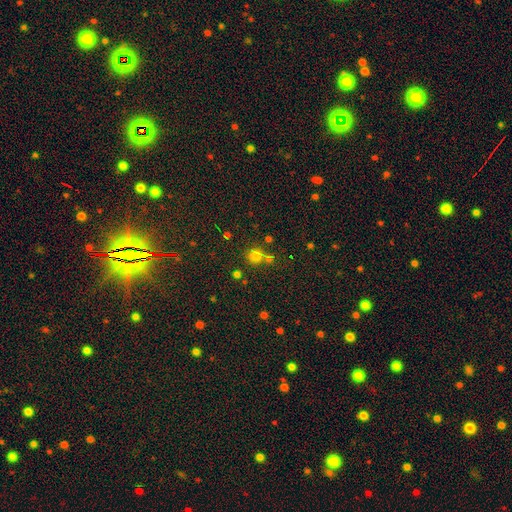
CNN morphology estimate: type=smooth (75%); roundness=round (91%); merging=none (63%).